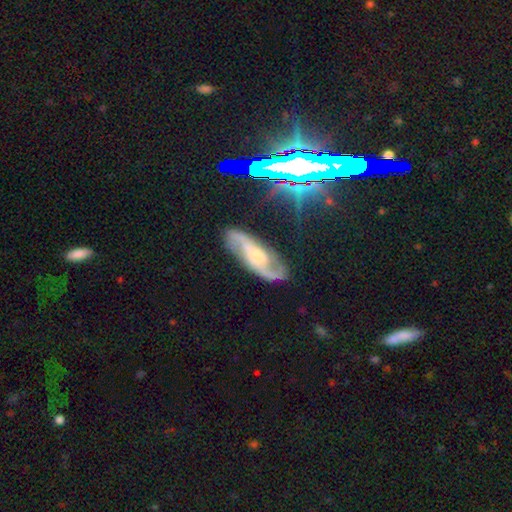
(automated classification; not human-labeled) A featured or disk galaxy (81%) with no bar (48%), 2 (89%) medium (46%) spiral arms (96%) and a moderate central bulge (38%). Merging: none (74%).